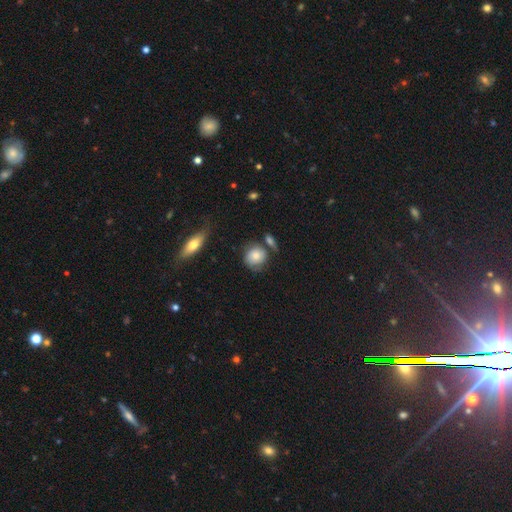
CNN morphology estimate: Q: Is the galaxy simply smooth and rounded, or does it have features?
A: smooth — 74%.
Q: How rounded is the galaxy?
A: round — 82%.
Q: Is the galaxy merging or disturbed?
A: none — 56%.